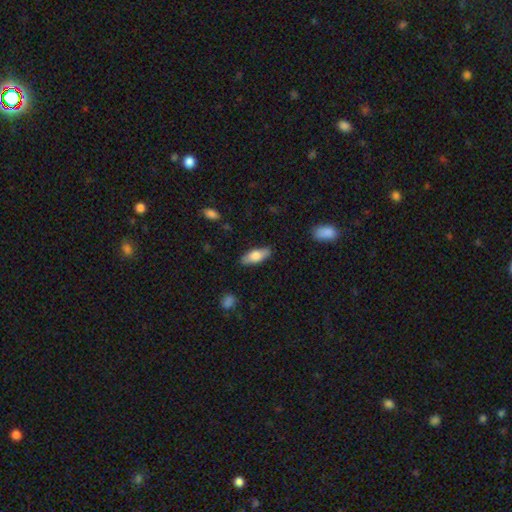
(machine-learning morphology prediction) Smooth or featured? smooth (72%)
How rounded? in between (75%)
Merging? none (87%)